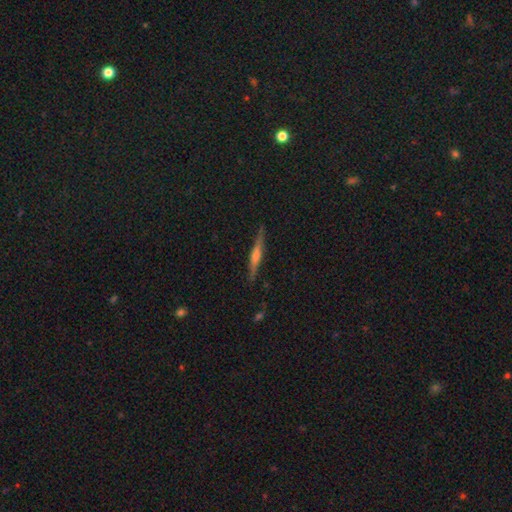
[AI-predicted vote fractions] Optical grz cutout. It shows a featured or disk galaxy (68%) viewed edge-on (97%) with a rounded central bulge (69%). Merging: none (88%).